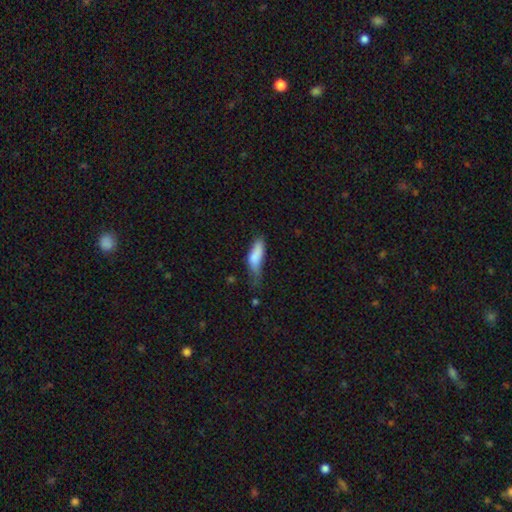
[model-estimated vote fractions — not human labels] Morphology: type=smooth (79%); roundness=in between (58%); merging=minor disturbance (44%).